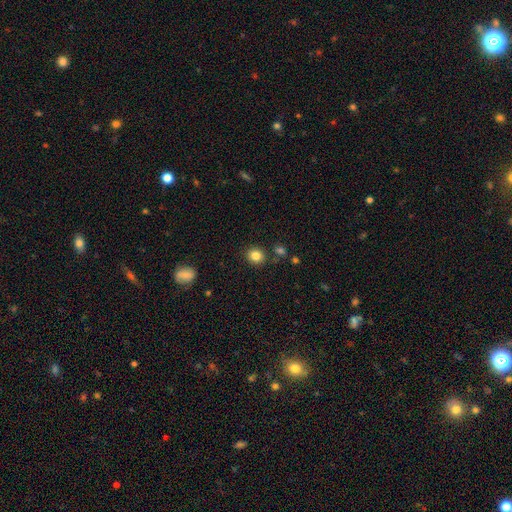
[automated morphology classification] Smooth or featured?
  - smooth: 84% *
  - star or artifact: 11%
  - featured or disk: 5%
How rounded?
  - round: 80% *
  - in between: 20%
  - cigar-shaped: 1%
Merging?
  - none: 85% *
  - minor disturbance: 8%
  - merger: 4%
  - major disturbance: 3%